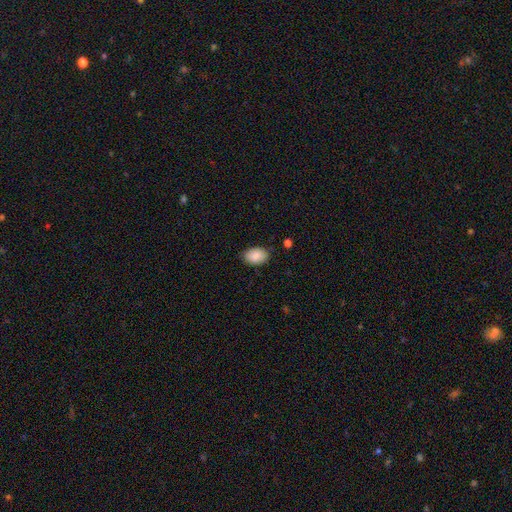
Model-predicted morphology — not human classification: Smooth or featured? Predicted: smooth (p=0.88). How rounded? Predicted: in between (p=0.86). Merging? Predicted: none (p=0.85).